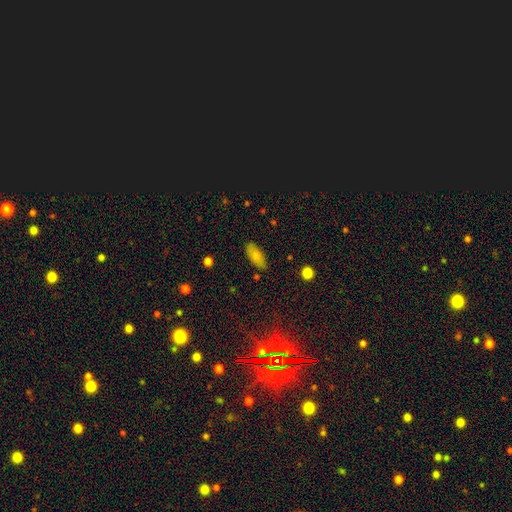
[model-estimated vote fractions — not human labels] This appears to be a smooth galaxy with no disk features (82%) that is in between round and cigar-shaped (85%). Merging: none (84%).